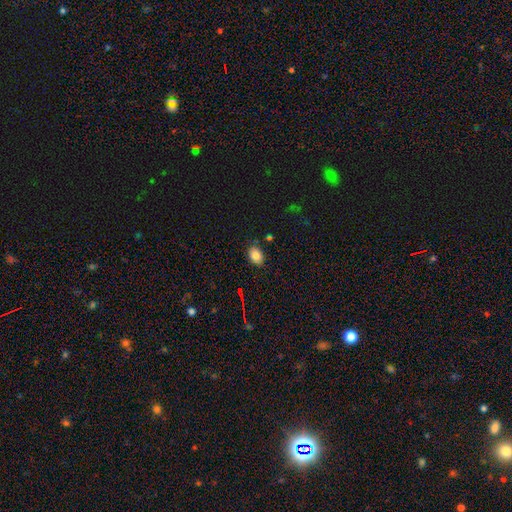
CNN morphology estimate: The model was most divided on "how rounded": in between: 76%, round: 23%, cigar-shaped: 1%. More confident: smooth or featured — smooth (81%); merging — none (81%).